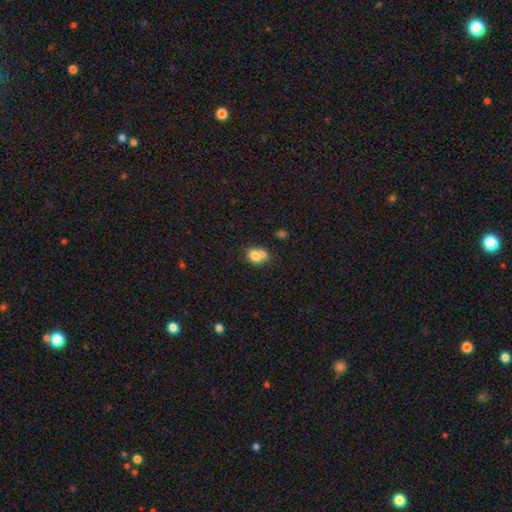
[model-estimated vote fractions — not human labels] Morphology: type=smooth (72%); roundness=in between (51%); merging=merger (55%).